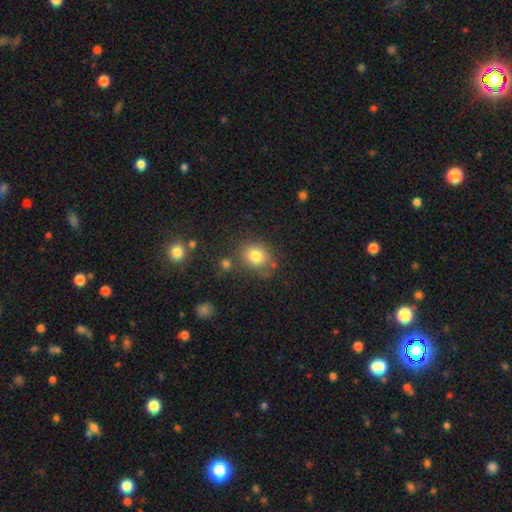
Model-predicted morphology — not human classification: smooth 80%, star or artifact 11%, featured or disk 8%. Down the decision tree: how rounded — round (66%); merging — none (74%).